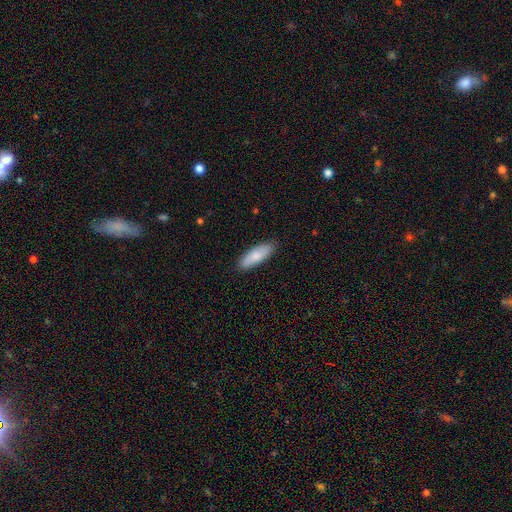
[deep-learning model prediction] A smooth galaxy with no disk features (80%) that is in between round and cigar-shaped (55%).

Vote fractions:
- Smooth or featured? smooth: 80% / featured or disk: 15% / star or artifact: 5%
- How rounded? in between: 55% / cigar-shaped: 44% / round: 2%
- Merging? none: 87% / minor disturbance: 11% / major disturbance: 2% / merger: 1%